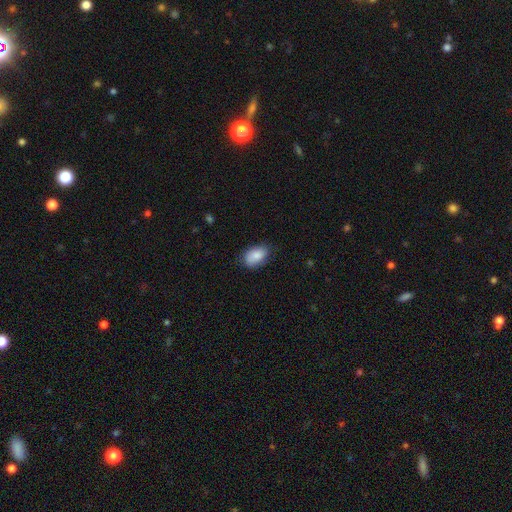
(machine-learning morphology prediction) This is clearly a smooth galaxy (86%). How rounded: clearly in between (92%). Merging: likely none (76%).